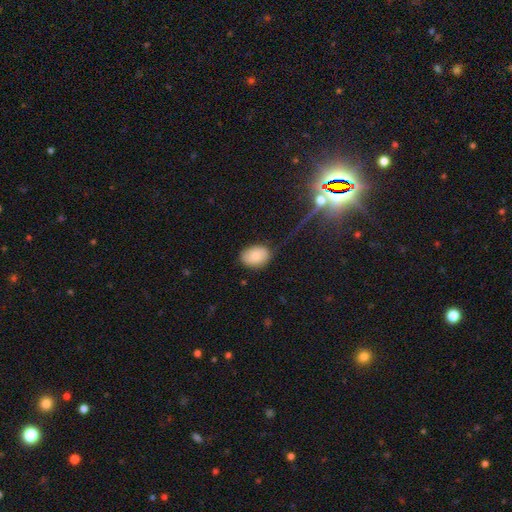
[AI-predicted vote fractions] smooth_or_featured: smooth (p=0.84) [alt: featured or disk p=0.08]
how_rounded: in between (p=0.78) [alt: round p=0.21]
merging: none (p=0.78) [alt: minor disturbance p=0.16]